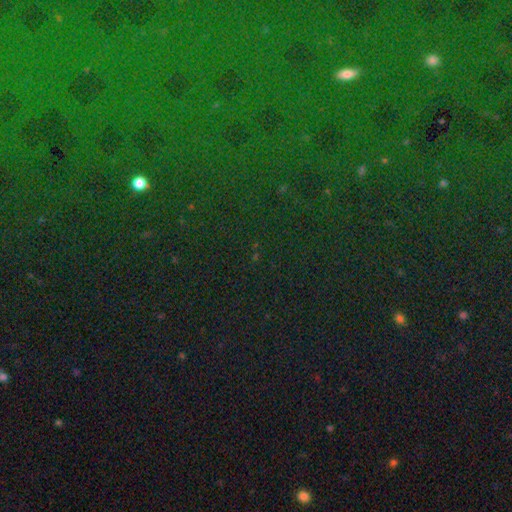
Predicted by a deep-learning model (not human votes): smooth_or_featured: star or artifact (p=0.83) [alt: smooth p=0.10]